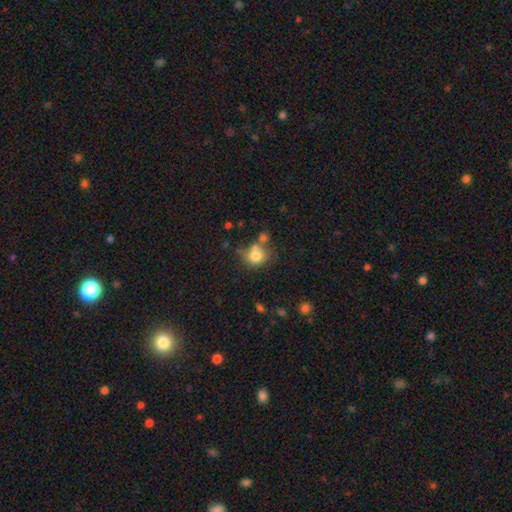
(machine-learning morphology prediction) A smooth galaxy with no disk features (77%) that is round (72%).

Vote fractions:
- Smooth or featured? smooth: 77% / featured or disk: 12% / star or artifact: 11%
- How rounded? round: 72% / in between: 27% / cigar-shaped: 1%
- Merging? none: 45% / merger: 28% / minor disturbance: 18% / major disturbance: 9%